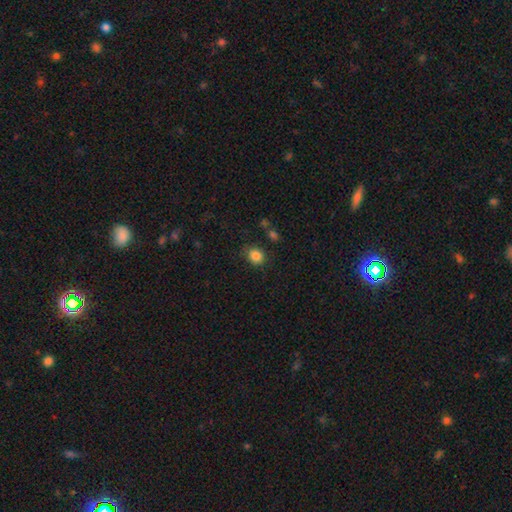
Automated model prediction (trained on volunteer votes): Overall: smooth (85%). How rounded: round (72%). Merging: none (81%).